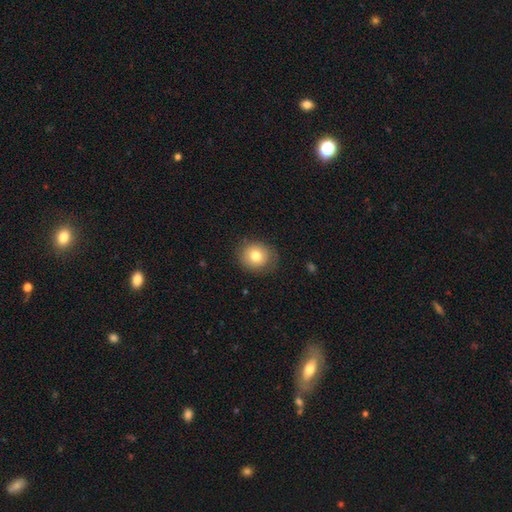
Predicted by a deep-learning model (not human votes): A smooth galaxy with no disk features (77%) that is round (78%). Merging: none (81%).